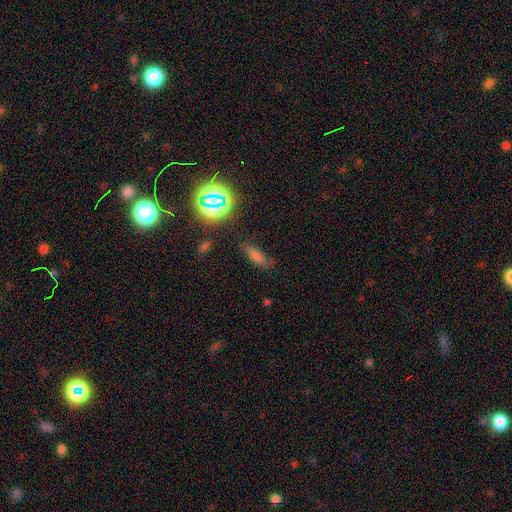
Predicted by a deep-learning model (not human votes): Smooth or featured: smooth — 49% (star or artifact — 33%)
Merging: none — 80% (minor disturbance — 14%)